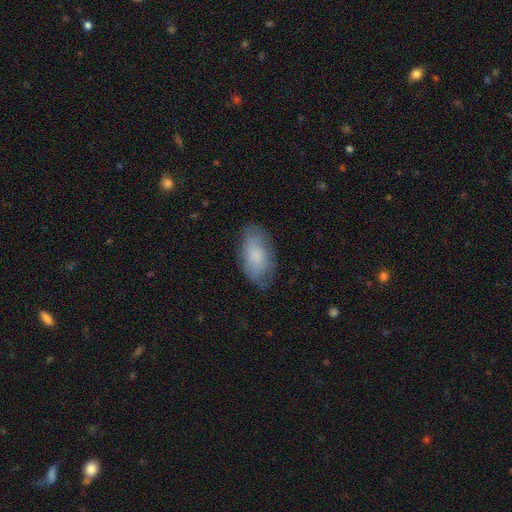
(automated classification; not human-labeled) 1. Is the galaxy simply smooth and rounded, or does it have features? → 74% smooth, 20% featured or disk, 7% star or artifact.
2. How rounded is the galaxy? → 94% in between, 3% cigar-shaped, 3% round.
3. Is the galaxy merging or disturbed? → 73% none, 20% minor disturbance, 5% major disturbance, 1% merger.